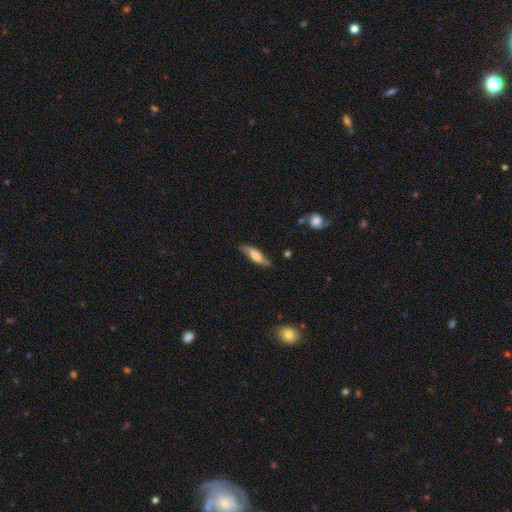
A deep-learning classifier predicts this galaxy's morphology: This is likely a smooth galaxy (61%). How rounded: possibly cigar-shaped (50%). Merging: likely none (71%).